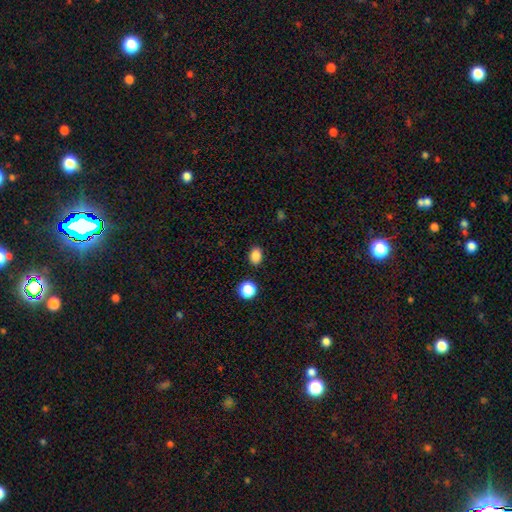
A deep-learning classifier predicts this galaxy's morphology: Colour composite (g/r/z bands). It shows a smooth galaxy with no disk features (86%) that is in between round and cigar-shaped (67%). Merging: none (87%).